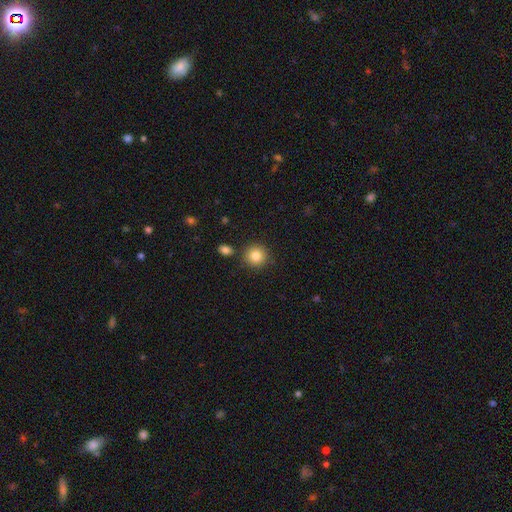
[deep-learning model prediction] This is clearly a smooth galaxy (84%). How rounded: clearly round (92%). Merging: clearly none (86%).